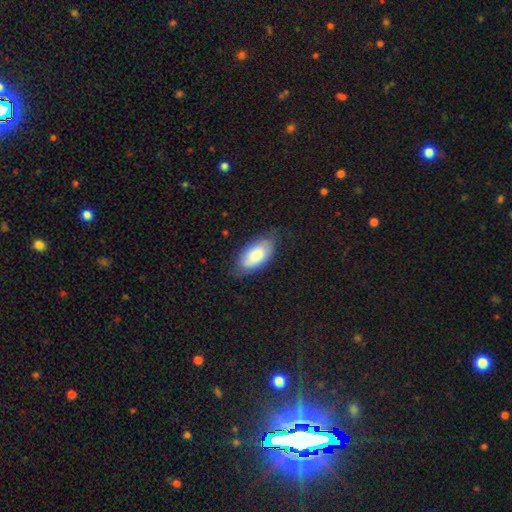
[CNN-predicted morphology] The model was most divided on "merging": none: 70%, minor disturbance: 23%, major disturbance: 6%, merger: 1%. More confident: how rounded — in between (94%); smooth or featured — smooth (81%).